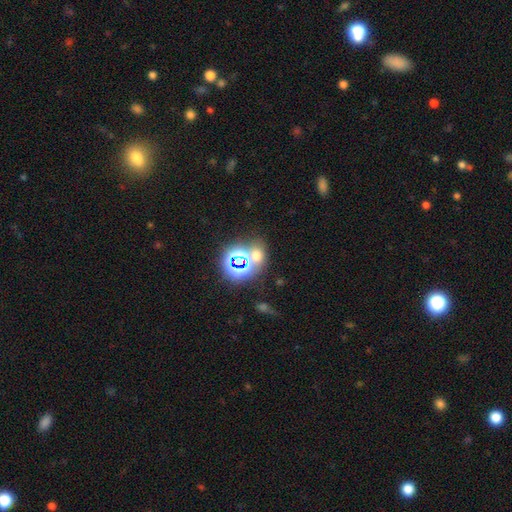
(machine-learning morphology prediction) This appears to be a smooth galaxy with no disk features (48%). Merging: none (56%).